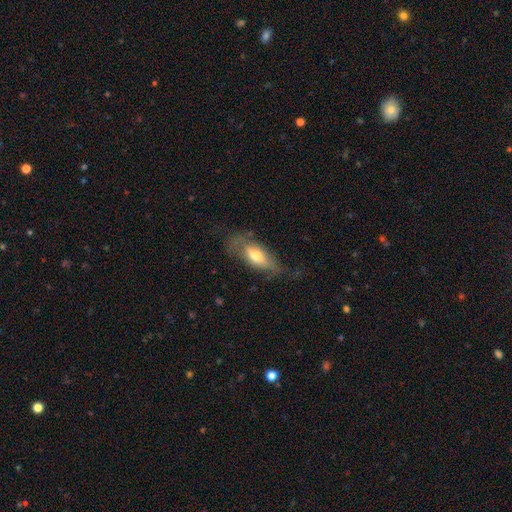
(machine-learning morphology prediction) A smooth galaxy with no disk features (60%) that is in between round and cigar-shaped (76%). Merging: none (46%).